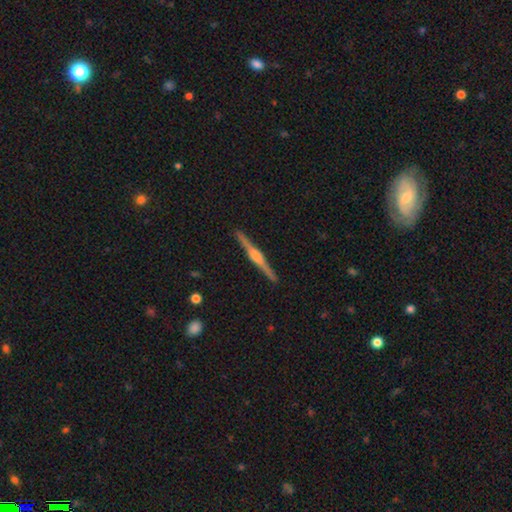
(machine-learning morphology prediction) A featured or disk galaxy (83%) viewed edge-on (99%) with a rounded central bulge (78%).

Vote fractions:
- Smooth or featured? featured or disk: 83% / smooth: 12% / star or artifact: 5%
- Edge-on disk? yes: 99% / no: 1%
- Edge-on bulge? rounded: 78% / boxy: 15% / none: 6%
- Merging? none: 93% / minor disturbance: 5% / major disturbance: 1% / merger: 1%